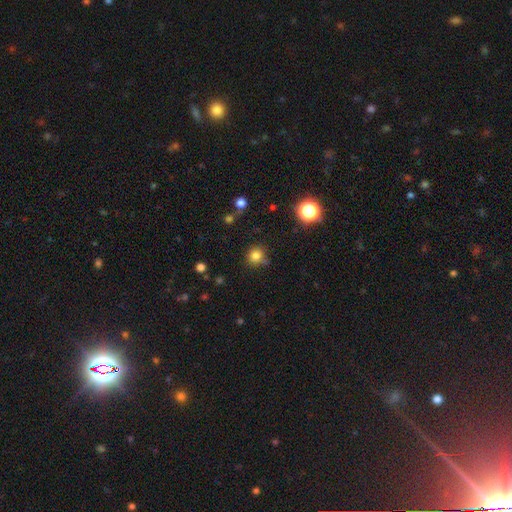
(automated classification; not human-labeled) Smooth or featured: smooth — 80% (star or artifact — 15%)
How rounded: round — 89% (in between — 10%)
Merging: none — 79% (minor disturbance — 11%)